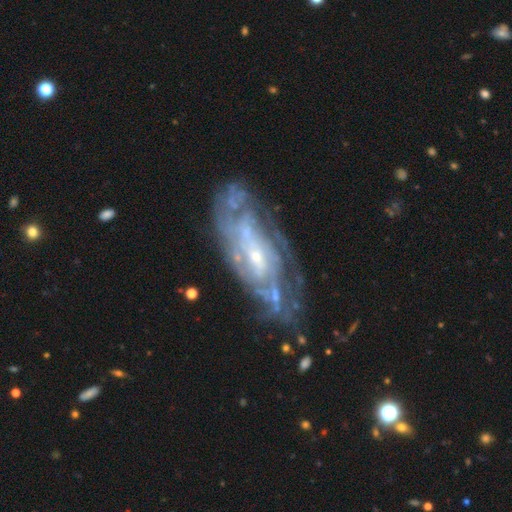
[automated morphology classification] smooth-or-featured: featured or disk: 85% | smooth: 8% | star or artifact: 7%
  disk-edge-on: no: 90% | yes: 10%
    bar: no: 54% | weak: 34% | strong: 12%
    has-spiral-arms: yes: 91% | no: 9%
      spiral-winding: tight: 66% | medium: 27% | loose: 7%
      spiral-arm-count: can't tell: 49% | 2: 14% | 4: 12% | 3: 12% | more than 4: 8% | 1: 5%
    bulge-size: small: 70% | moderate: 24% | none: 3% | large: 2% | dominant: 1%
  merging: none: 67% | minor disturbance: 20% | major disturbance: 10% | merger: 3%